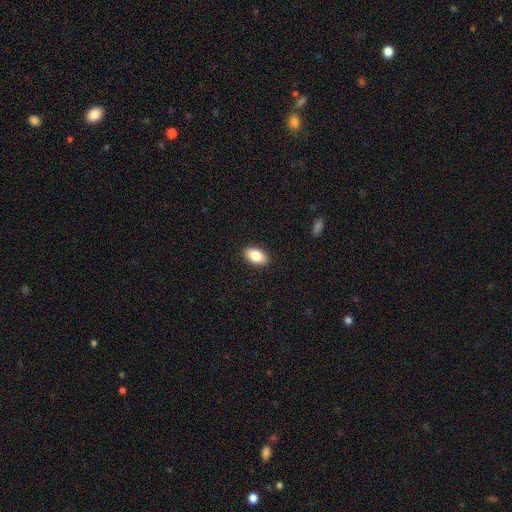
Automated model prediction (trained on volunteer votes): smooth 84%, featured or disk 9%, star or artifact 7%. Down the decision tree: how rounded — in between (92%); merging — none (90%).